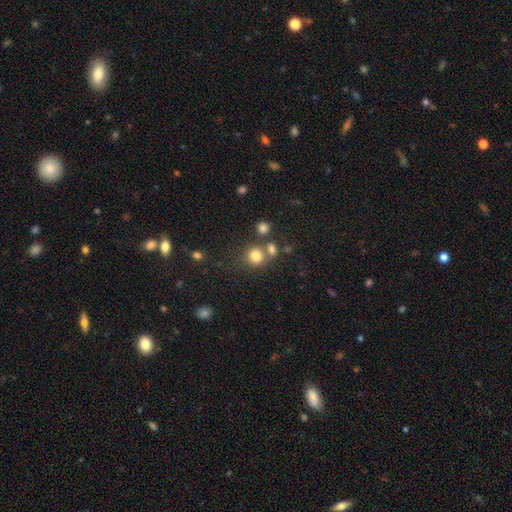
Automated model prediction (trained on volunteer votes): Q: Smooth or featured?
A: smooth (79%); runner-up: star or artifact (13%)
Q: How rounded?
A: round (85%); runner-up: in between (14%)
Q: Merging?
A: none (62%); runner-up: merger (23%)